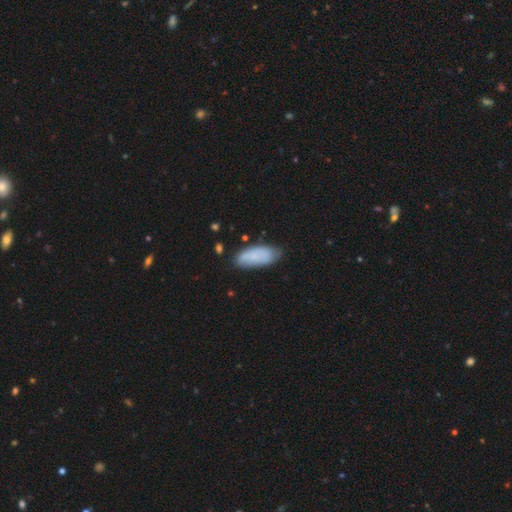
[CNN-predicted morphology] Smooth or featured: smooth — 74% (featured or disk — 18%)
How rounded: in between — 83% (cigar-shaped — 15%)
Merging: none — 68% (minor disturbance — 24%)